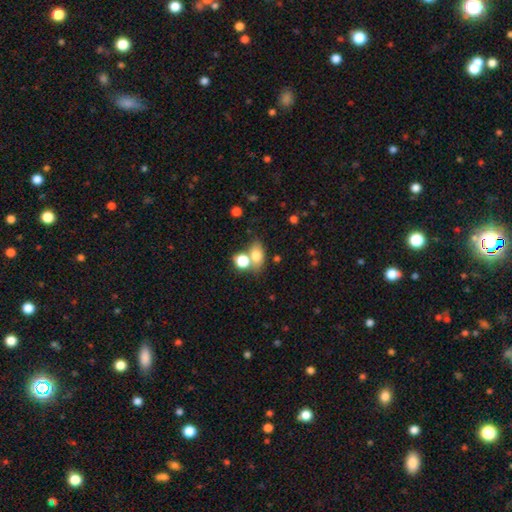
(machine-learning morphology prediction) A smooth galaxy with no disk features (75%) that is in between round and cigar-shaped (72%). Merging: none (52%).